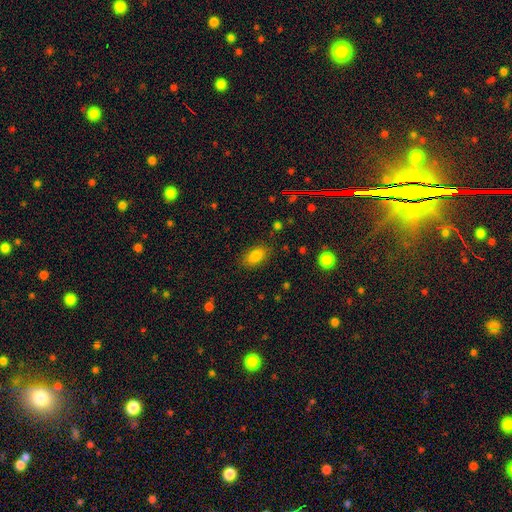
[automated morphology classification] smooth-or-featured: smooth: 82% | star or artifact: 10% | featured or disk: 7%
  how-rounded: in between: 88% | round: 9% | cigar-shaped: 3%
  merging: none: 83% | minor disturbance: 12% | major disturbance: 4% | merger: 1%